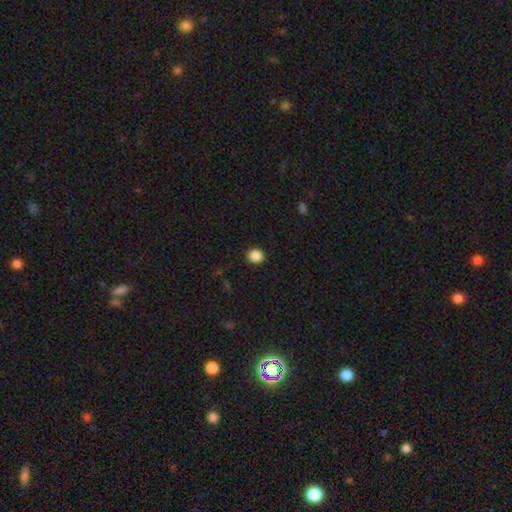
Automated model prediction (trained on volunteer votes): The model was most divided on "how rounded": round: 84%, in between: 15%, cigar-shaped: 1%. More confident: merging — none (91%); smooth or featured — smooth (88%).